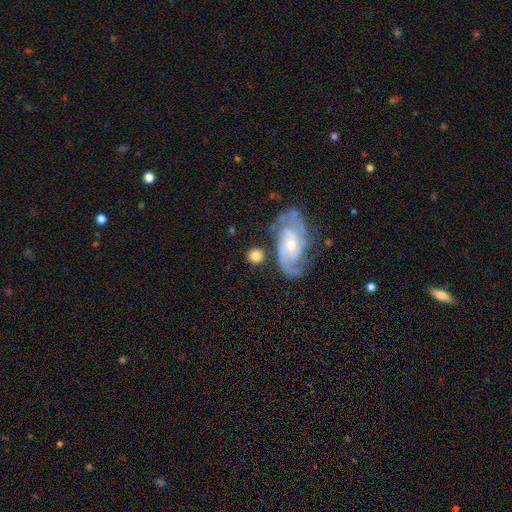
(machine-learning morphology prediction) This is likely a smooth galaxy (62%). How rounded: clearly round (81%). Merging: likely none (71%).